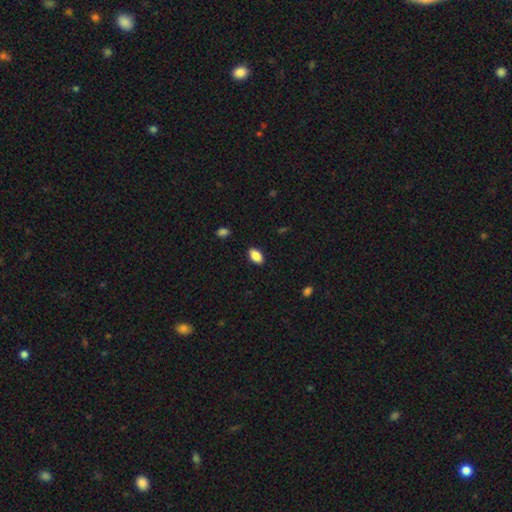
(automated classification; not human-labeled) The model was most divided on "merging": none: 88%, minor disturbance: 9%, major disturbance: 2%, merger: 1%. More confident: how rounded — in between (92%); smooth or featured — smooth (86%).